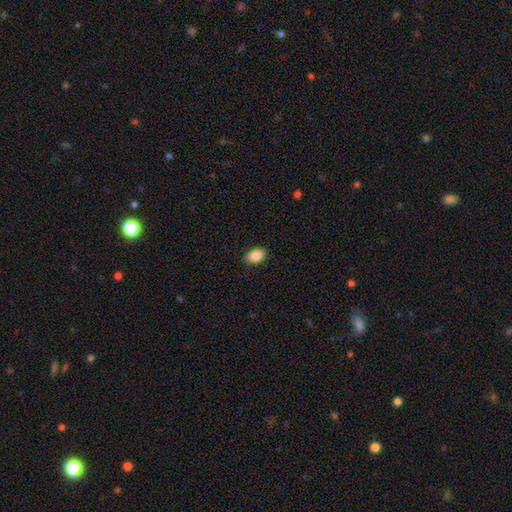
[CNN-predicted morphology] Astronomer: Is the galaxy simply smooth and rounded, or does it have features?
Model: smooth — 88%.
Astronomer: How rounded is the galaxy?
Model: in between — 86%.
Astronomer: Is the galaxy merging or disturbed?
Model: none — 86%.